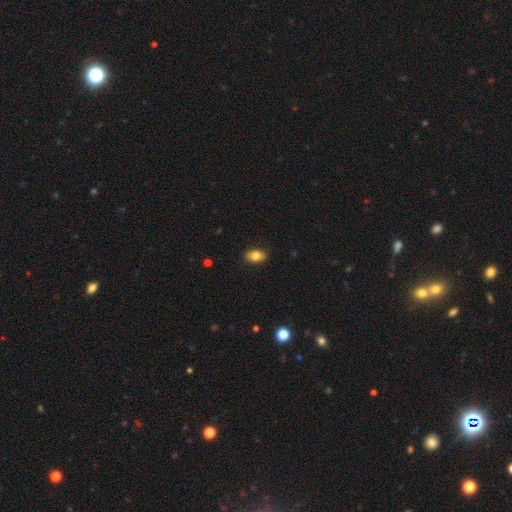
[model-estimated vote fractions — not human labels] This is clearly a smooth galaxy (80%). How rounded: clearly in between (87%). Merging: clearly none (85%).